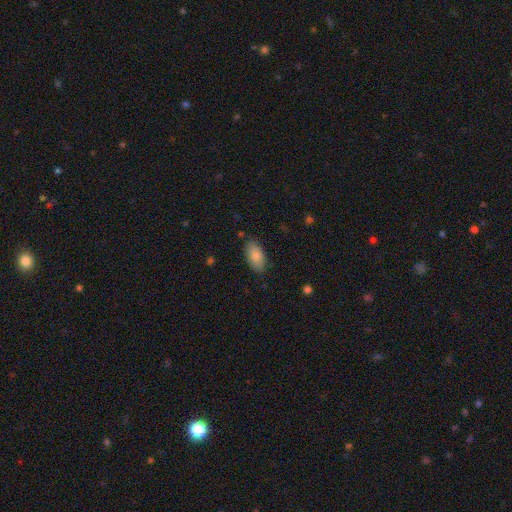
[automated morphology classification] The model was most divided on "merging": none: 83%, minor disturbance: 13%, major disturbance: 3%, merger: 1%. More confident: how rounded — in between (93%); smooth or featured — smooth (85%).